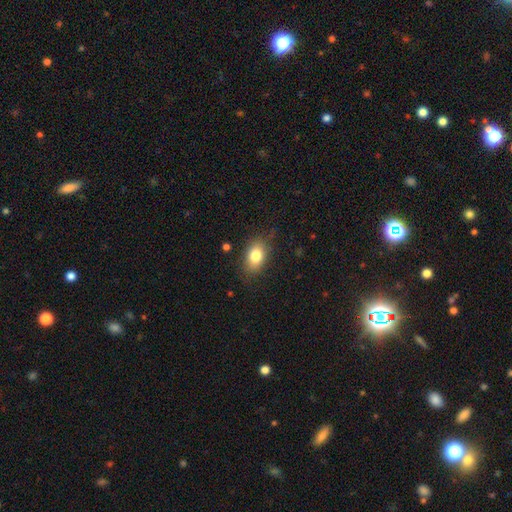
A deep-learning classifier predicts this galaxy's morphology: The model was most divided on "merging": none: 79%, minor disturbance: 15%, major disturbance: 4%, merger: 1%. More confident: how rounded — in between (85%); smooth or featured — smooth (81%).